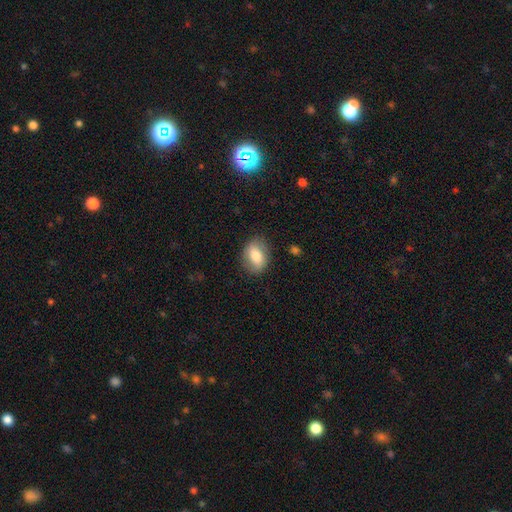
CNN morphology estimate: smooth_or_featured: smooth (p=0.72) [alt: featured or disk p=0.21]
how_rounded: in between (p=0.74) [alt: round p=0.24]
merging: none (p=0.81) [alt: minor disturbance p=0.13]